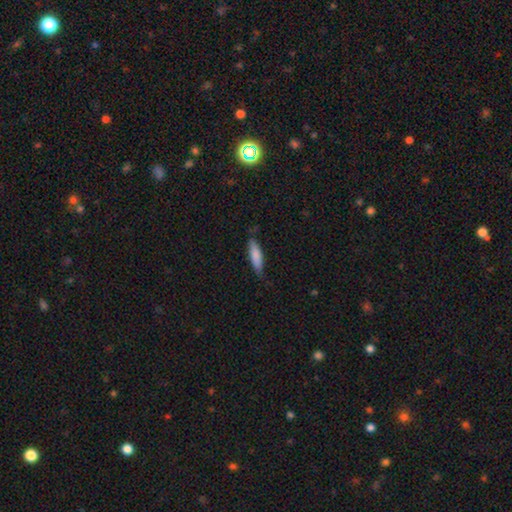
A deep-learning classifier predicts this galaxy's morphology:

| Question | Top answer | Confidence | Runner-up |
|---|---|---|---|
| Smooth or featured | smooth | 79% | featured or disk (15%) |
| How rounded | cigar-shaped | 64% | in between (35%) |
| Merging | none | 73% | minor disturbance (22%) |